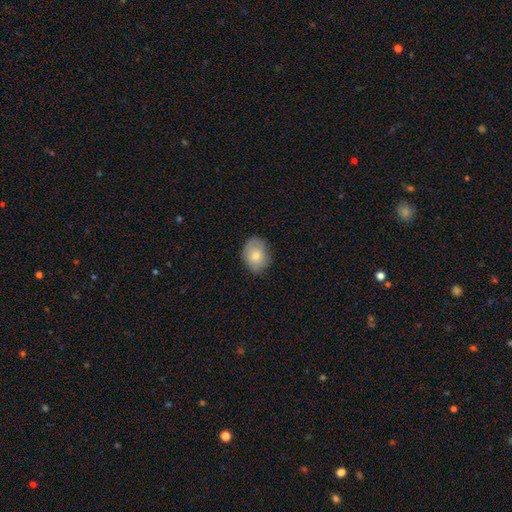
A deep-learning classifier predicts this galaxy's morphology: smooth 77%, featured or disk 16%, star or artifact 8%. Down the decision tree: how rounded — in between (56%); merging — none (76%).